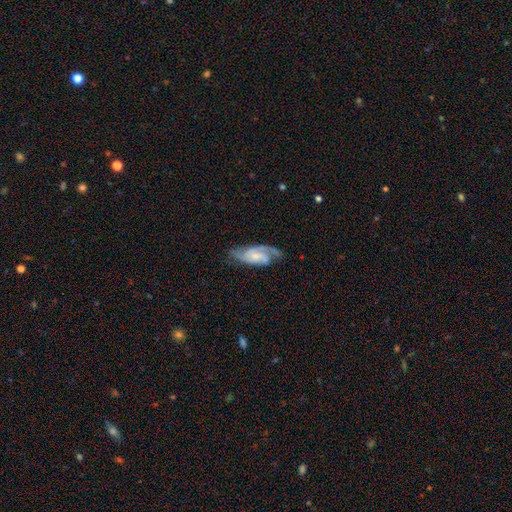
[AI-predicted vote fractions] A featured or disk galaxy (79%) with no bar (60%), 2 (54%) medium (45%) spiral arms (95%) and a small central bulge (59%).

Vote fractions:
- Smooth or featured? featured or disk: 79% / smooth: 15% / star or artifact: 6%
- Edge-on disk? no: 95% / yes: 5%
- Bar? no: 60% / weak: 32% / strong: 8%
- Spiral arms? yes: 95% / no: 5%
- Spiral winding? medium: 45% / tight: 37% / loose: 17%
- Spiral arm count? 2: 54% / 3: 18% / can't tell: 14% / 1: 9% / 4: 3% / more than 4: 2%
- Bulge size? small: 59% / moderate: 23% / none: 13% / large: 3% / dominant: 1%
- Merging? none: 62% / minor disturbance: 23% / major disturbance: 13% / merger: 2%